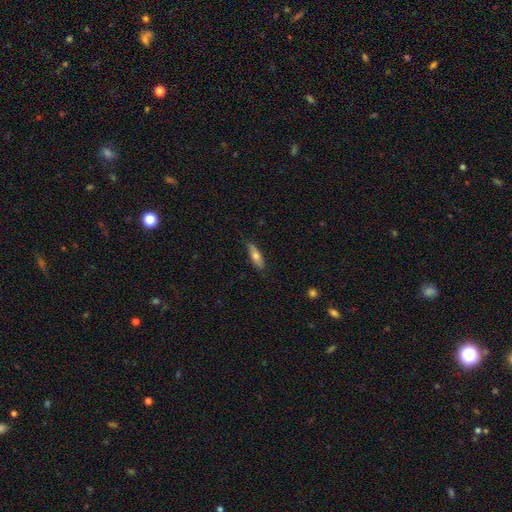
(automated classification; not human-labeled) Overall: smooth (63%; featured or disk 31%). How rounded: cigar-shaped (53%; in between 45%). Merging: none (78%).